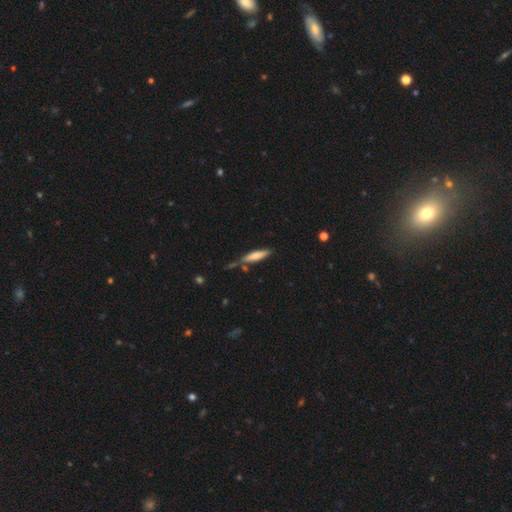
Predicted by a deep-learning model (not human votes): Smooth or featured? Predicted: smooth (p=0.71). How rounded? Predicted: cigar-shaped (p=0.79). Merging? Predicted: none (p=0.65).